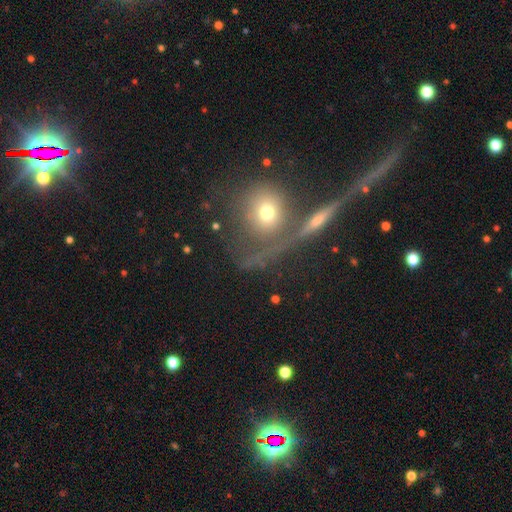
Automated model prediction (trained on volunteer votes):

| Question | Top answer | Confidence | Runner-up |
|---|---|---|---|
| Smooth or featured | featured or disk | 43% | smooth (38%) |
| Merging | none | 54% | merger (21%) |